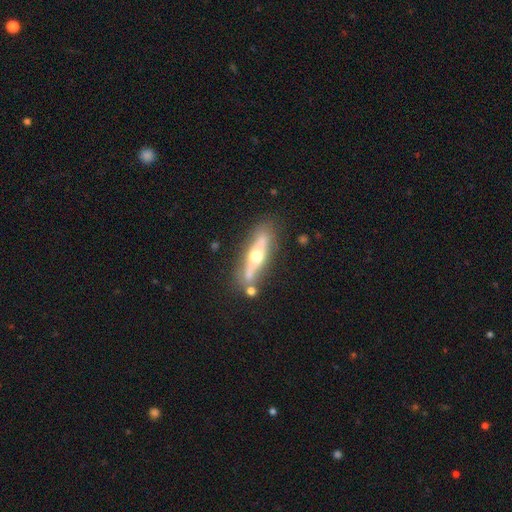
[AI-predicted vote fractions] Smooth or featured?
  - featured or disk: 64% *
  - smooth: 30%
  - star or artifact: 6%
Edge-on disk?
  - yes: 75% *
  - no: 25%
Merging?
  - none: 72% *
  - minor disturbance: 14%
  - merger: 9%
  - major disturbance: 4%